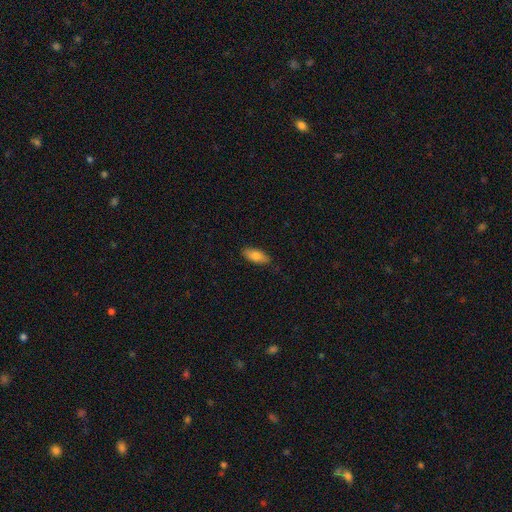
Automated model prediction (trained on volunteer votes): Morphology: type=smooth (80%); roundness=in between (80%); merging=none (83%).